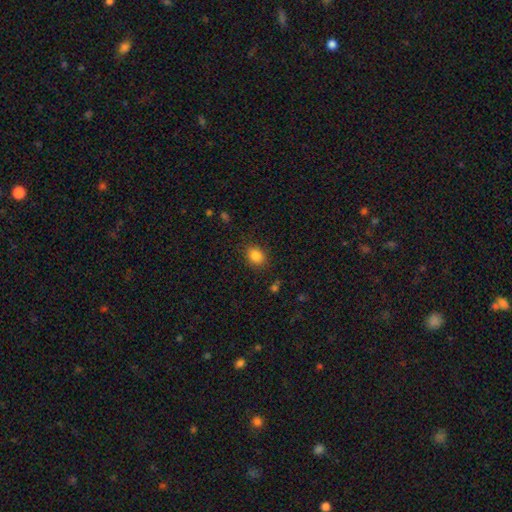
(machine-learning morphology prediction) smooth-or-featured: smooth: 85% | star or artifact: 10% | featured or disk: 5%
  how-rounded: in between: 55% | round: 44% | cigar-shaped: 1%
  merging: none: 84% | minor disturbance: 12% | major disturbance: 3% | merger: 1%